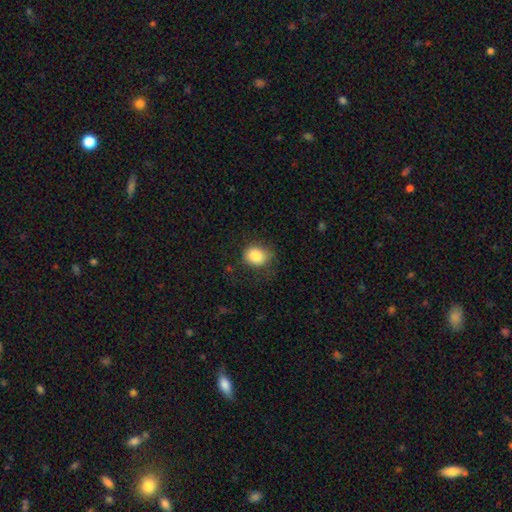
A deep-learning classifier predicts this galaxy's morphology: smooth 84%, star or artifact 9%, featured or disk 7%. Down the decision tree: how rounded — round (60%); merging — none (71%).